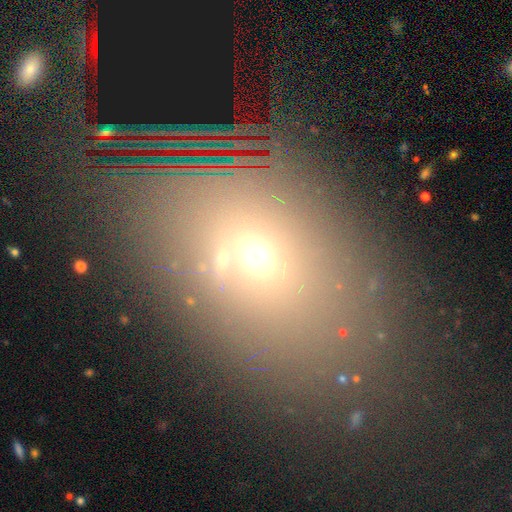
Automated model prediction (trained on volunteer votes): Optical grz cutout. It shows a smooth galaxy with no disk features (52%) that is in between round and cigar-shaped (69%). Merging: none (52%).